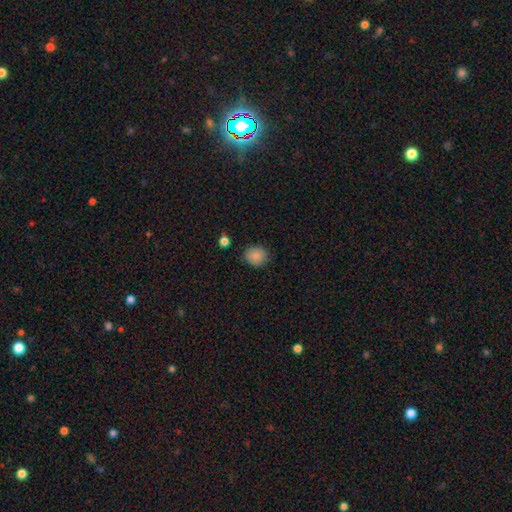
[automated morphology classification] smooth 87%, star or artifact 9%, featured or disk 4%. Down the decision tree: how rounded — round (72%); merging — none (83%).